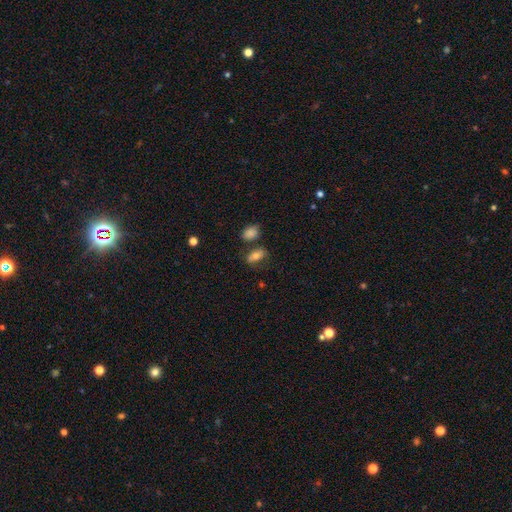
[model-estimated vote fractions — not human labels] Smooth or featured?
  - smooth: 72% *
  - featured or disk: 18%
  - star or artifact: 9%
How rounded?
  - in between: 84% *
  - round: 9%
  - cigar-shaped: 6%
Merging?
  - none: 65% *
  - minor disturbance: 17%
  - merger: 12%
  - major disturbance: 6%